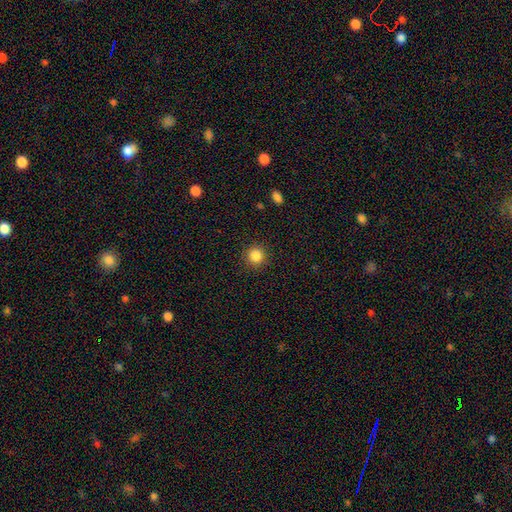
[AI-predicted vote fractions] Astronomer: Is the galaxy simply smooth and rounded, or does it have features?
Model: smooth — 85%.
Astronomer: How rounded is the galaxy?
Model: round — 94%.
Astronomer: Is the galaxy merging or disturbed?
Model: none — 91%.